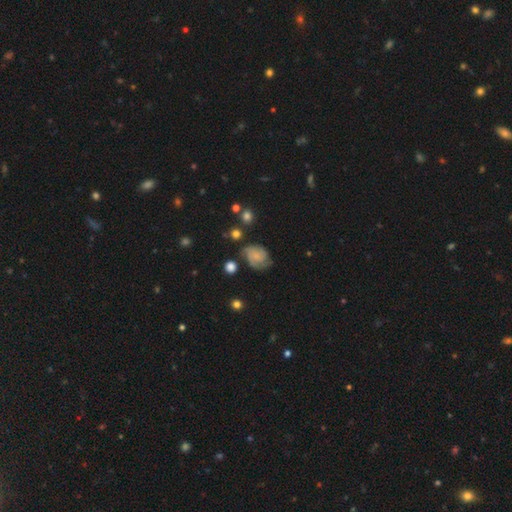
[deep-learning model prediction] smooth_or_featured: featured or disk (p=0.60) [alt: smooth p=0.31]
disk_edge_on: no (p=0.98) [alt: yes p=0.02]
bar: no (p=0.73) [alt: weak p=0.24]
has_spiral_arms: yes (p=0.91) [alt: no p=0.09]
spiral_winding: tight (p=0.43) [alt: medium p=0.41]
spiral_arm_count: 2 (p=0.39) [alt: 3 p=0.25]
bulge_size: small (p=0.52) [alt: none p=0.30]
merging: none (p=0.57) [alt: minor disturbance p=0.27]